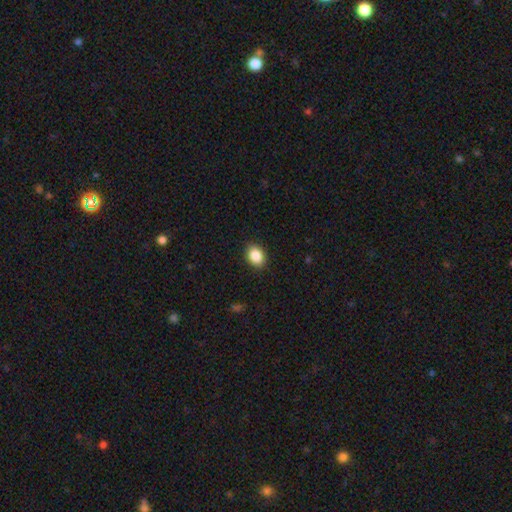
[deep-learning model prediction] A smooth galaxy with no disk features (88%) that is in between round and cigar-shaped (69%). Merging: none (89%).